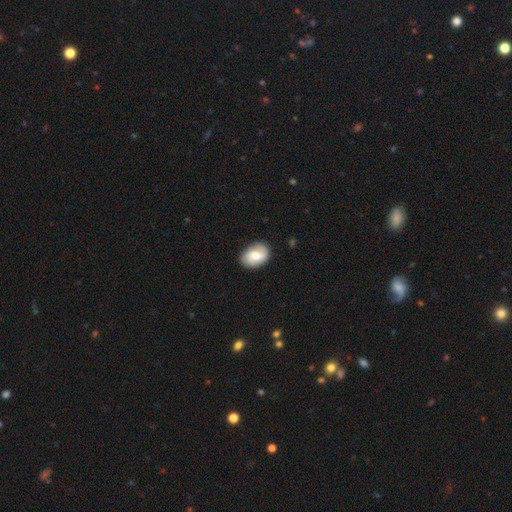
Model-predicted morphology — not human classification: Smooth or featured? Predicted: smooth (p=0.50). How rounded? Predicted: in between (p=0.75). Merging? Predicted: none (p=0.79).